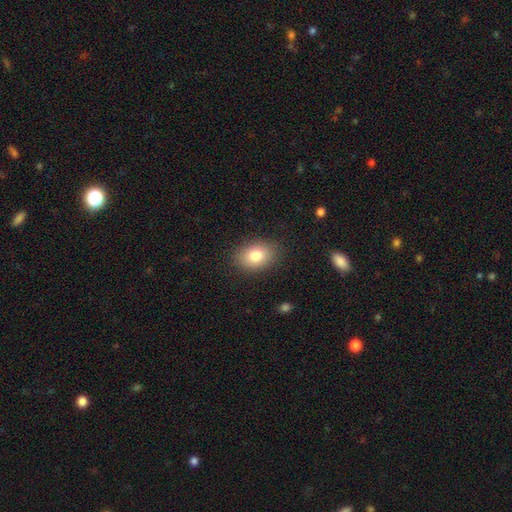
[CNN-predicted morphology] Smooth or featured? Predicted: smooth (p=0.81). How rounded? Predicted: in between (p=0.72). Merging? Predicted: none (p=0.86).